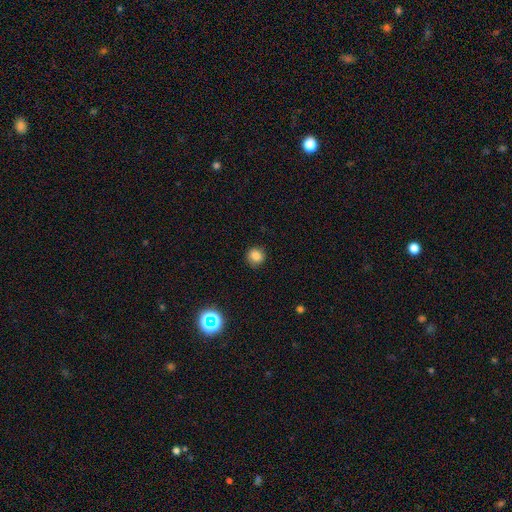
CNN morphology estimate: A smooth galaxy with no disk features (82%) that is round (88%). Merging: none (84%).